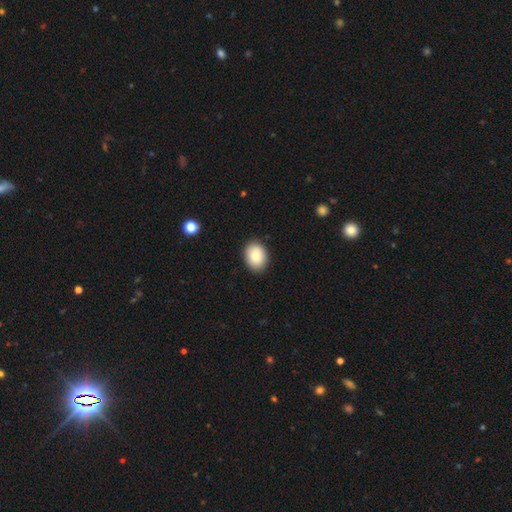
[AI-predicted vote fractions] Smooth or featured: smooth — 84% (featured or disk — 8%)
How rounded: in between — 64% (round — 35%)
Merging: none — 89% (minor disturbance — 8%)